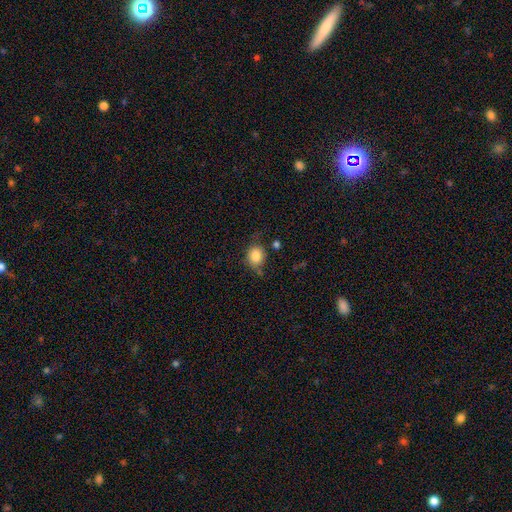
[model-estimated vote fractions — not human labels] The model was most divided on "how rounded": round: 60%, in between: 39%, cigar-shaped: 1%. More confident: smooth or featured — smooth (83%); merging — none (60%).